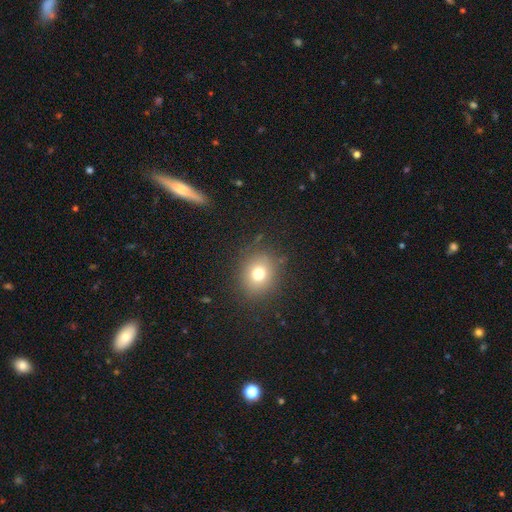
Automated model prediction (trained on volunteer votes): This is possibly a smooth galaxy (59%). How rounded: clearly round (82%). Merging: clearly none (88%).